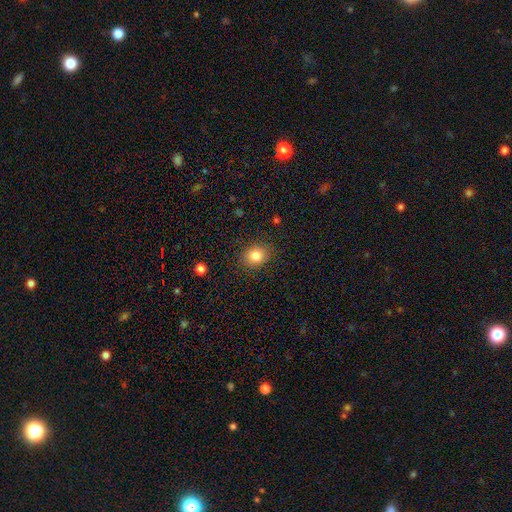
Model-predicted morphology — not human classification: Q: Smooth or featured?
A: smooth (83%); runner-up: star or artifact (11%)
Q: How rounded?
A: round (64%); runner-up: in between (35%)
Q: Merging?
A: none (87%); runner-up: minor disturbance (9%)